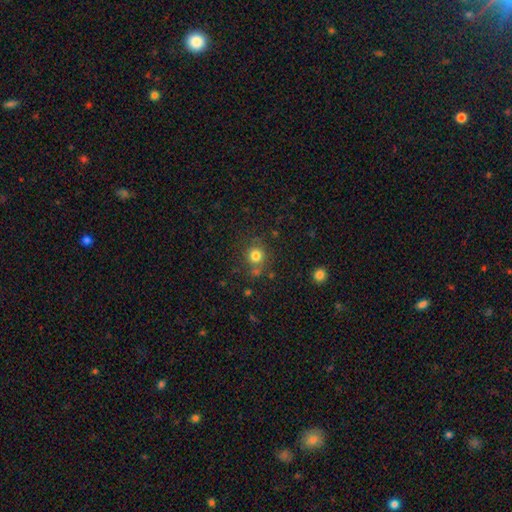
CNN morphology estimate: This is likely a smooth galaxy (79%). How rounded: clearly round (90%). Merging: likely none (74%).